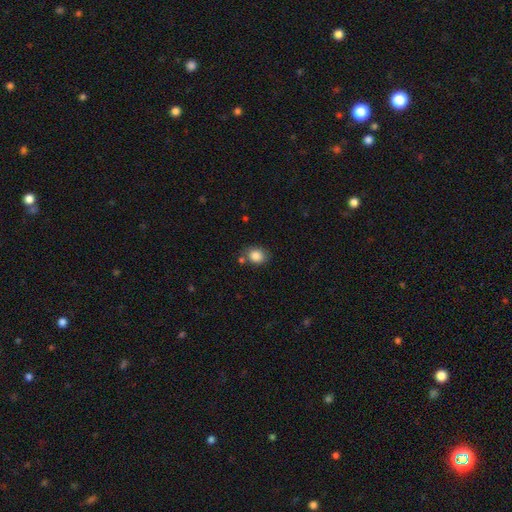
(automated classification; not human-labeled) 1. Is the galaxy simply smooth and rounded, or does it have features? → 86% smooth, 9% star or artifact, 5% featured or disk.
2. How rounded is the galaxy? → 58% round, 41% in between, 1% cigar-shaped.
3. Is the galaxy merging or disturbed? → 70% none, 16% minor disturbance, 10% merger, 4% major disturbance.